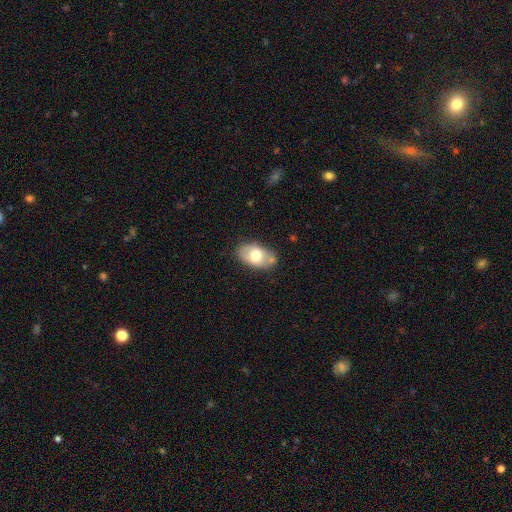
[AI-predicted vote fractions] Smooth or featured?
  - smooth: 68% *
  - featured or disk: 25%
  - star or artifact: 7%
How rounded?
  - in between: 92% *
  - round: 7%
  - cigar-shaped: 2%
Merging?
  - none: 71% *
  - minor disturbance: 18%
  - merger: 7%
  - major disturbance: 4%